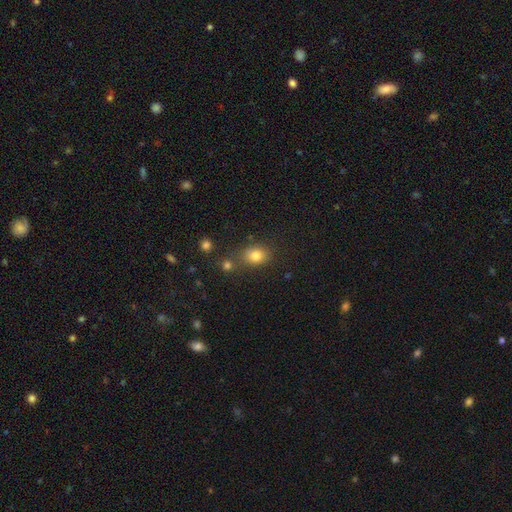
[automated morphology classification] smooth_or_featured: smooth (p=0.80) [alt: star or artifact p=0.12]
how_rounded: round (p=0.53) [alt: in between p=0.46]
merging: none (p=0.69) [alt: minor disturbance p=0.13]